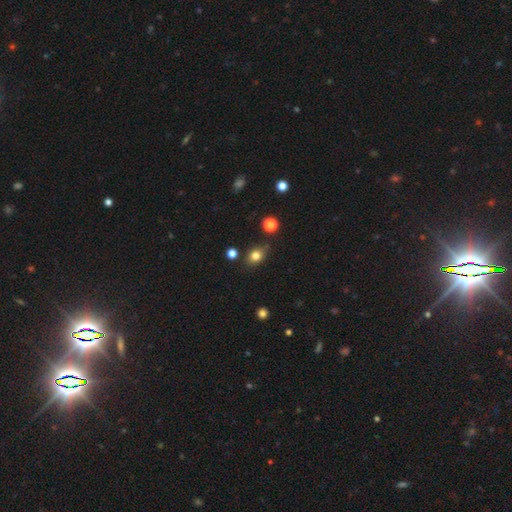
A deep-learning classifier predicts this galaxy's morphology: Smooth or featured? smooth (79%)
How rounded? in between (53%)
Merging? none (76%)